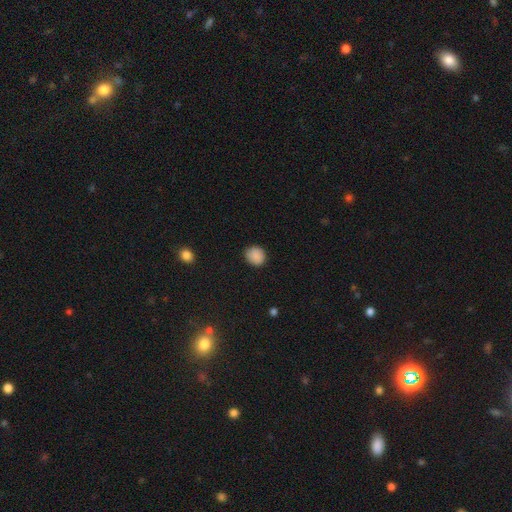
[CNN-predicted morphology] type=smooth (88%); roundness=round (77%); merging=none (85%).